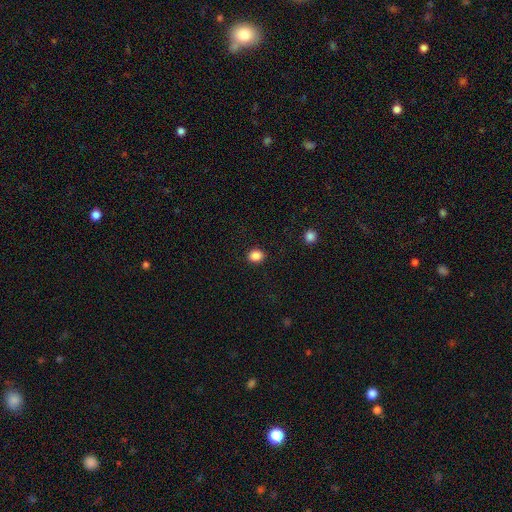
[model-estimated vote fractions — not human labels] Smooth or featured? Predicted: smooth (p=0.87). How rounded? Predicted: round (p=0.64). Merging? Predicted: none (p=0.90).